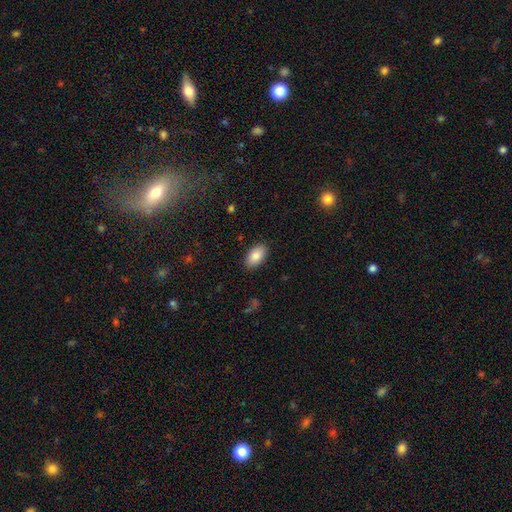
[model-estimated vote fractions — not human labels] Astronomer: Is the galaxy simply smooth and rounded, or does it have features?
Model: smooth — 86%.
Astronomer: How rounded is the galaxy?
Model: in between — 94%.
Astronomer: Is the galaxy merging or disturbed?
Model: none — 88%.